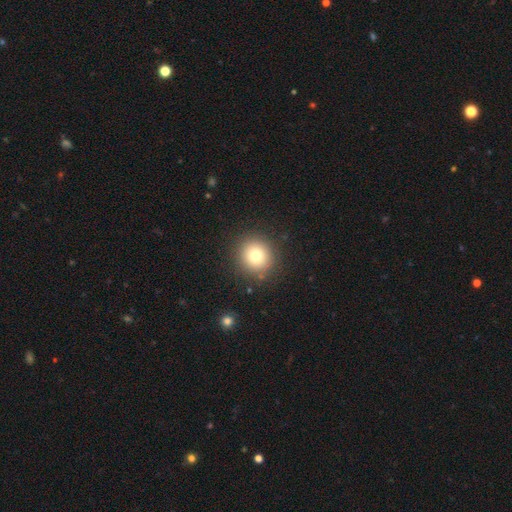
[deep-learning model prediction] Smooth or featured?
  - smooth: 77% *
  - star or artifact: 12%
  - featured or disk: 11%
How rounded?
  - round: 93% *
  - in between: 6%
  - cigar-shaped: 1%
Merging?
  - none: 88% *
  - minor disturbance: 7%
  - major disturbance: 3%
  - merger: 2%